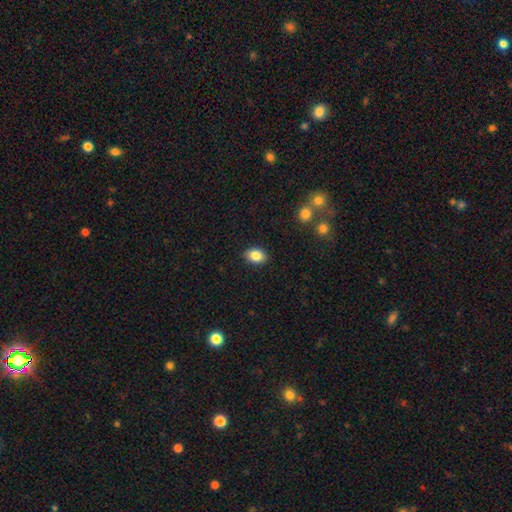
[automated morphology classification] Smooth or featured? Predicted: smooth (p=0.85). How rounded? Predicted: in between (p=0.76). Merging? Predicted: none (p=0.89).